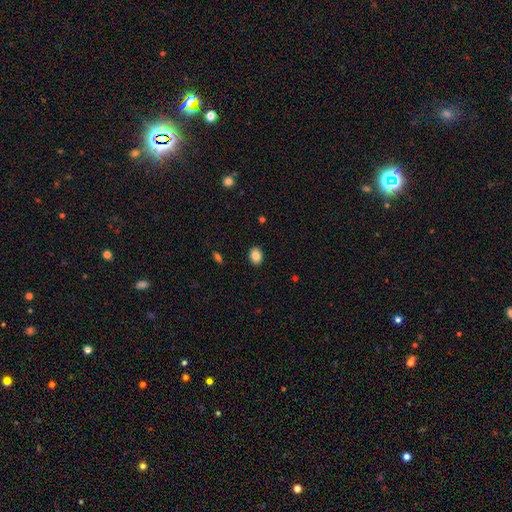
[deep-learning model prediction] A smooth galaxy with no disk features (86%) that is in between round and cigar-shaped (64%).

Vote fractions:
- Smooth or featured? smooth: 86% / star or artifact: 9% / featured or disk: 6%
- How rounded? in between: 64% / round: 35% / cigar-shaped: 1%
- Merging? none: 89% / minor disturbance: 8% / major disturbance: 2% / merger: 1%